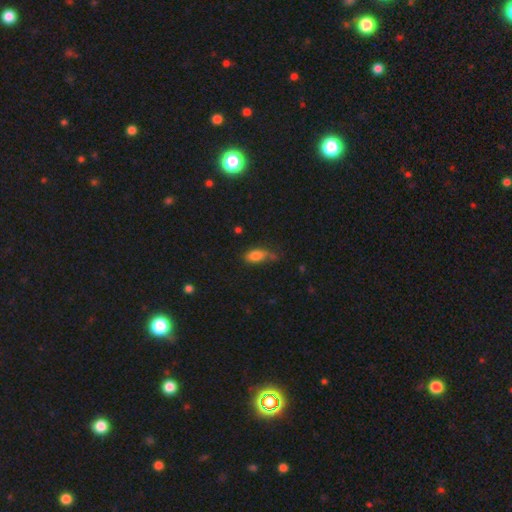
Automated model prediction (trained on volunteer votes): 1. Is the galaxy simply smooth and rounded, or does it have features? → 79% smooth, 11% featured or disk, 10% star or artifact.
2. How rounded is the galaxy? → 84% in between, 11% cigar-shaped, 5% round.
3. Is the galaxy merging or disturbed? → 43% none, 35% minor disturbance, 16% major disturbance, 6% merger.